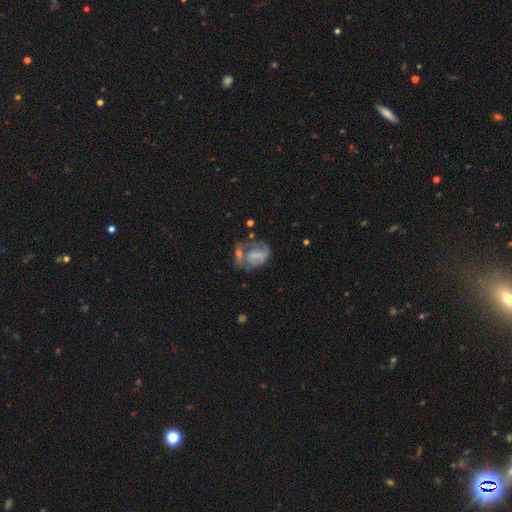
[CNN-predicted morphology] Smooth or featured: featured or disk — 52% (smooth — 39%)
Edge-on disk: no — 97% (yes — 3%)
Merging: merger — 29% (major disturbance — 26%)